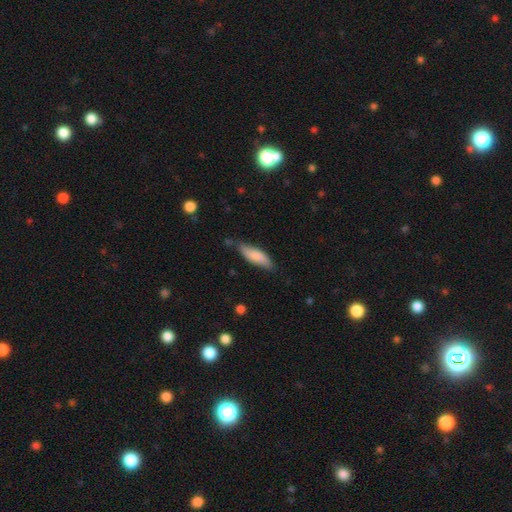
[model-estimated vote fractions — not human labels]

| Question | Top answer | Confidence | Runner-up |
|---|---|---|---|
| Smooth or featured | smooth | 81% | featured or disk (14%) |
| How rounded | in between | 57% | cigar-shaped (41%) |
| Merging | none | 70% | minor disturbance (24%) |